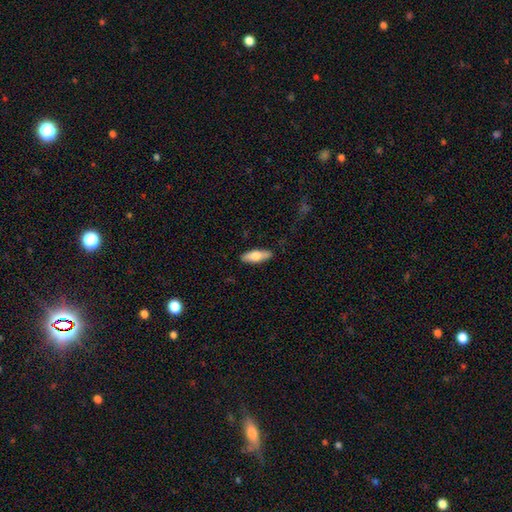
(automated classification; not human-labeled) Smooth or featured? smooth (68%)
How rounded? in between (59%)
Merging? none (86%)